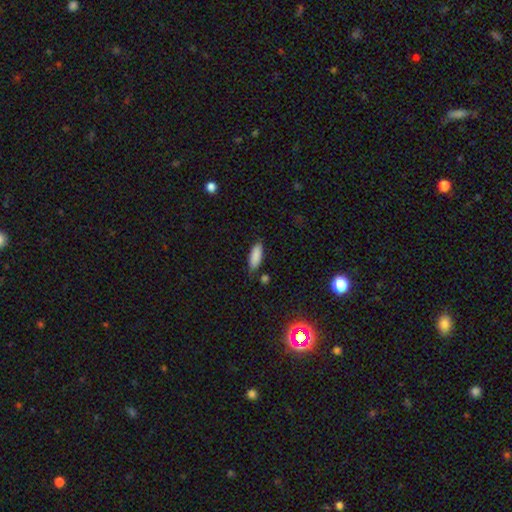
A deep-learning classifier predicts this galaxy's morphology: Smooth or featured?
  - smooth: 87% *
  - star or artifact: 7%
  - featured or disk: 6%
How rounded?
  - in between: 69% *
  - cigar-shaped: 29%
  - round: 2%
Merging?
  - none: 79% *
  - minor disturbance: 16%
  - merger: 3%
  - major disturbance: 3%